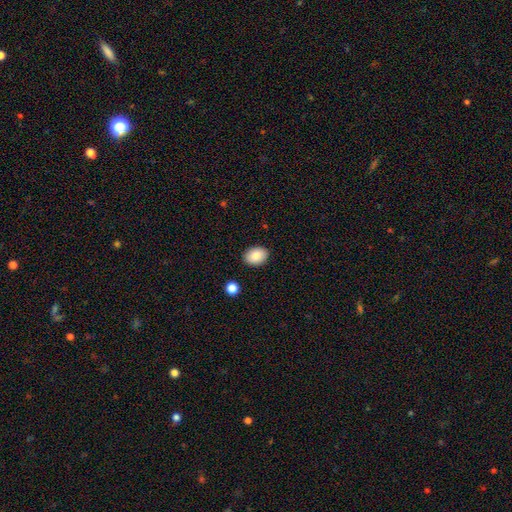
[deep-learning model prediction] Q: Smooth or featured?
A: smooth (86%); runner-up: star or artifact (7%)
Q: How rounded?
A: in between (74%); runner-up: round (25%)
Q: Merging?
A: none (89%); runner-up: minor disturbance (7%)